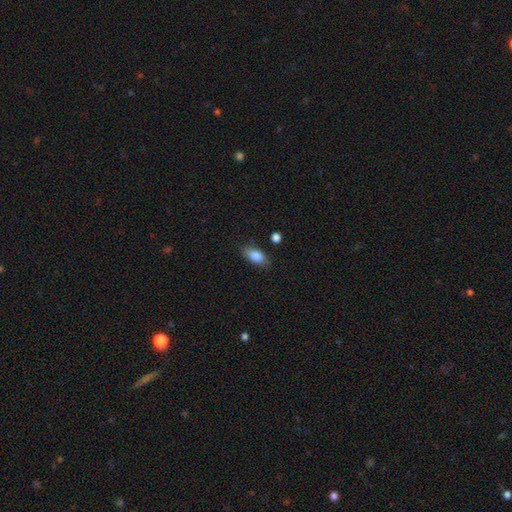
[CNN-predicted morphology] Smooth or featured?
  - smooth: 86% *
  - star or artifact: 7%
  - featured or disk: 7%
How rounded?
  - in between: 88% *
  - cigar-shaped: 7%
  - round: 5%
Merging?
  - none: 79% *
  - minor disturbance: 15%
  - major disturbance: 4%
  - merger: 2%